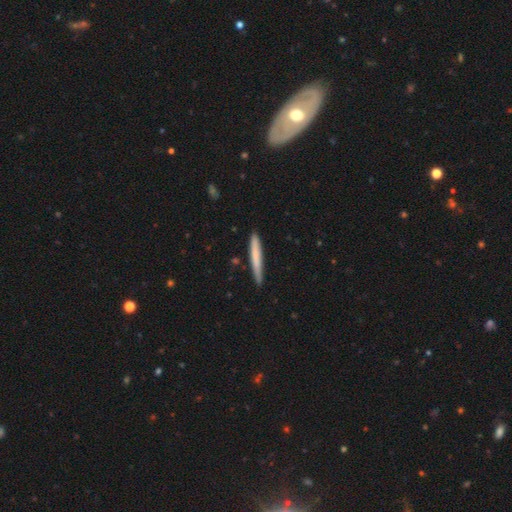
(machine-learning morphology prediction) smooth 70%, featured or disk 25%, star or artifact 5%. Down the decision tree: how rounded — cigar-shaped (96%); merging — none (86%).